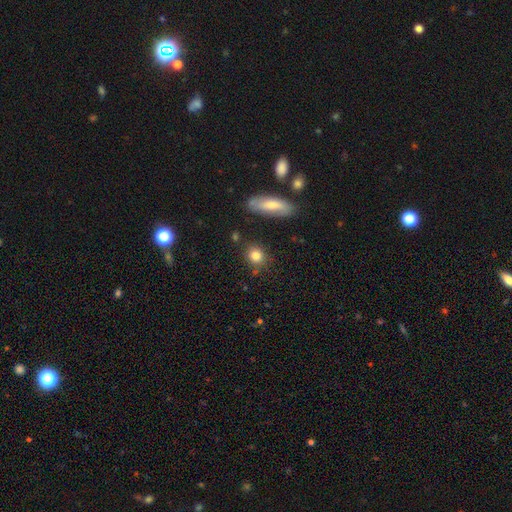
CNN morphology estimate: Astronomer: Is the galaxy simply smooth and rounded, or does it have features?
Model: smooth — 82%.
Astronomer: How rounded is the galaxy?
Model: round — 69%.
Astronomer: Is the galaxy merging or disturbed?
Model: none — 81%.